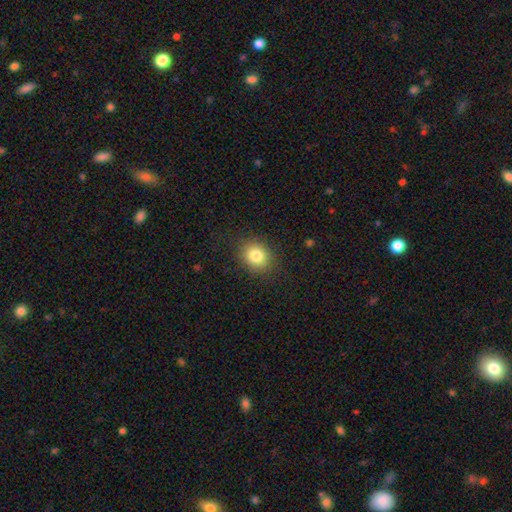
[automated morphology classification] smooth-or-featured: smooth: 82% | star or artifact: 11% | featured or disk: 7%
  how-rounded: round: 66% | in between: 33% | cigar-shaped: 1%
  merging: none: 86% | minor disturbance: 9% | major disturbance: 3% | merger: 1%